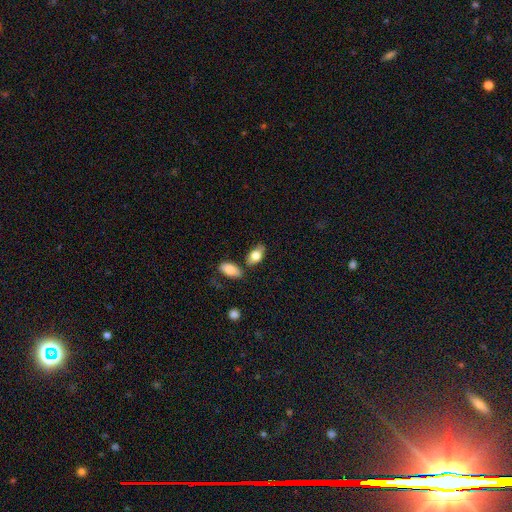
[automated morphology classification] Smooth or featured: smooth — 77% (featured or disk — 16%)
How rounded: in between — 87% (round — 8%)
Merging: none — 67% (minor disturbance — 18%)